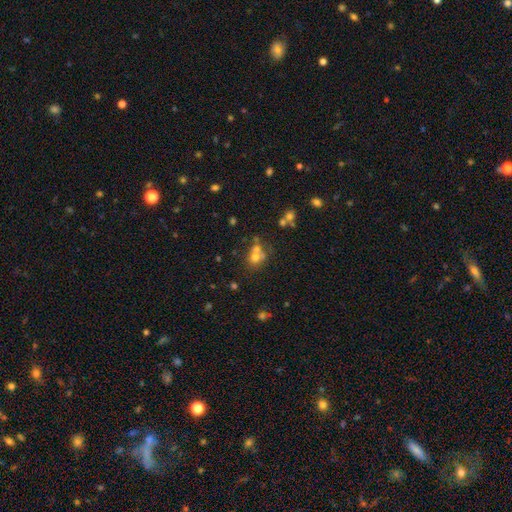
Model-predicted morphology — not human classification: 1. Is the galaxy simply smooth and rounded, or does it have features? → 60% smooth, 20% star or artifact, 20% featured or disk.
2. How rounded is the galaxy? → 72% round, 27% in between, 1% cigar-shaped.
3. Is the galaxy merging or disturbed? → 43% merger, 41% none, 10% minor disturbance, 6% major disturbance.